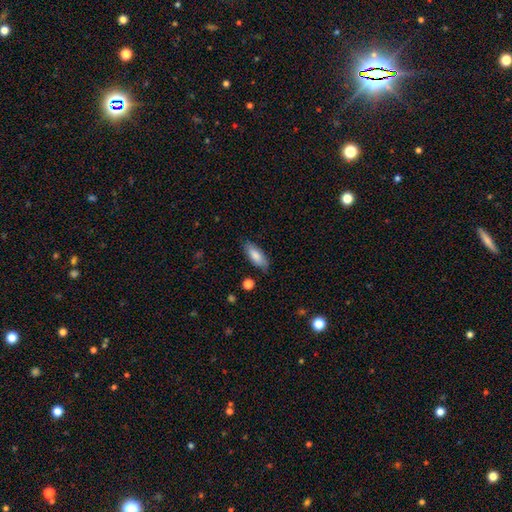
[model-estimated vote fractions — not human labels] Q: Smooth or featured?
A: smooth (82%); runner-up: featured or disk (12%)
Q: How rounded?
A: in between (76%); runner-up: cigar-shaped (22%)
Q: Merging?
A: none (82%); runner-up: minor disturbance (14%)